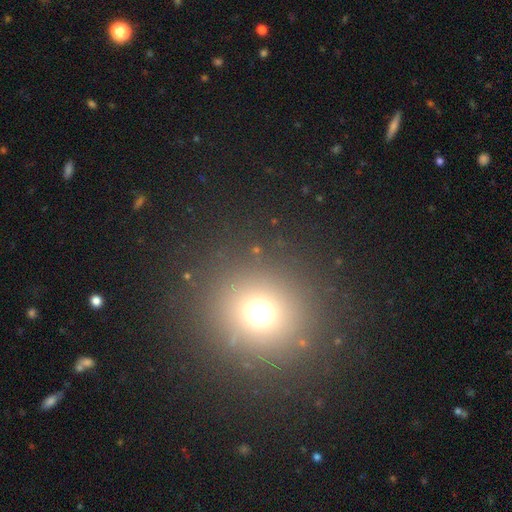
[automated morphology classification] Smooth or featured? Predicted: smooth (p=0.63). How rounded? Predicted: round (p=0.89). Merging? Predicted: none (p=0.91).